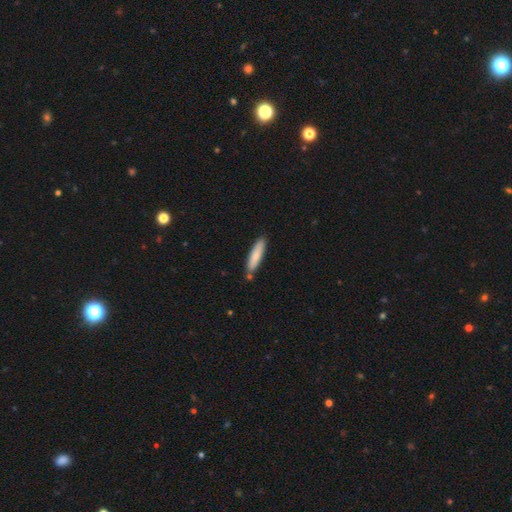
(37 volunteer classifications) This is likely a smooth galaxy (76%). How rounded: likely cigar-shaped (79%). Merging: clearly none (89%).